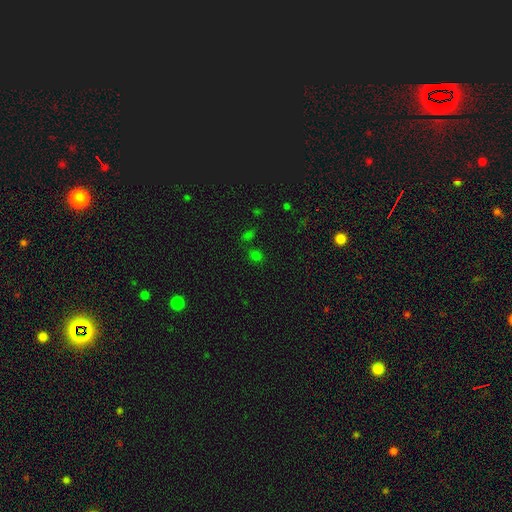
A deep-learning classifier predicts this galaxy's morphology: Q: Smooth or featured?
A: smooth (60%); runner-up: star or artifact (34%)
Q: How rounded?
A: round (59%); runner-up: in between (39%)
Q: Merging?
A: none (70%); runner-up: merger (14%)